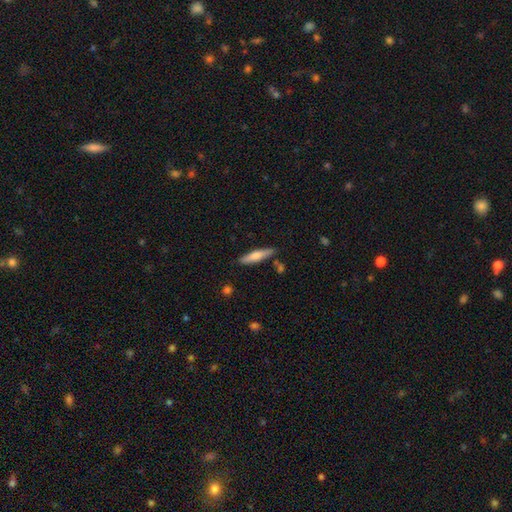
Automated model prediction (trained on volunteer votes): Smooth or featured? smooth (64%)
How rounded? cigar-shaped (82%)
Merging? none (83%)